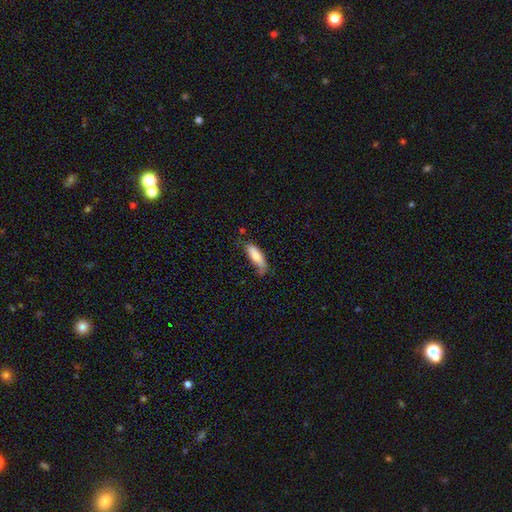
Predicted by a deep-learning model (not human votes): This appears to be a smooth galaxy with no disk features (82%) that is in between round and cigar-shaped (52%). Merging: none (52%).